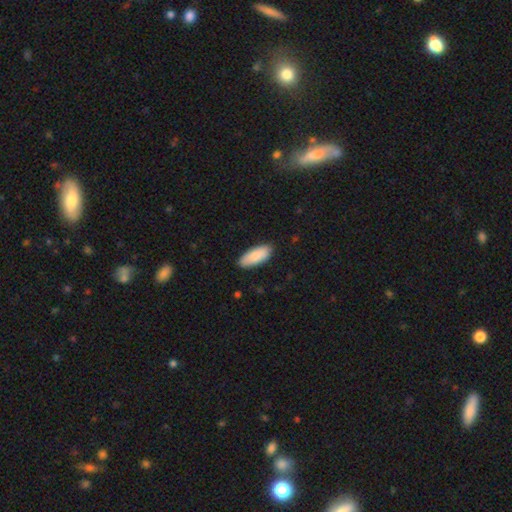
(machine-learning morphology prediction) Overall: smooth (88%). How rounded: in between (81%). Merging: none (87%).